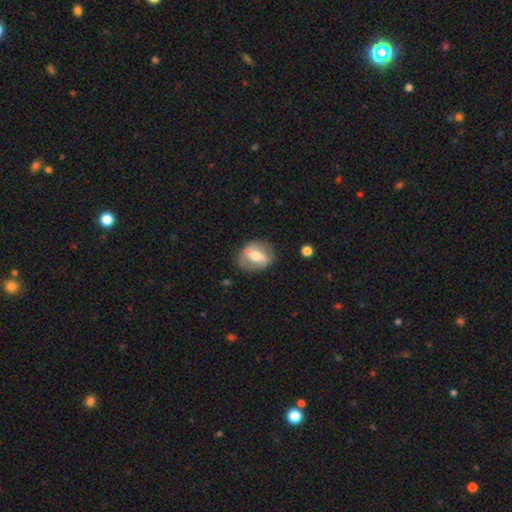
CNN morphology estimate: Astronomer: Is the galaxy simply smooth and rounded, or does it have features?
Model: featured or disk — 51% (runner-up: smooth, 42%).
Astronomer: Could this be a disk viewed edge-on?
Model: no — 90%.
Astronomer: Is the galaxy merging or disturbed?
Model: none — 69%.